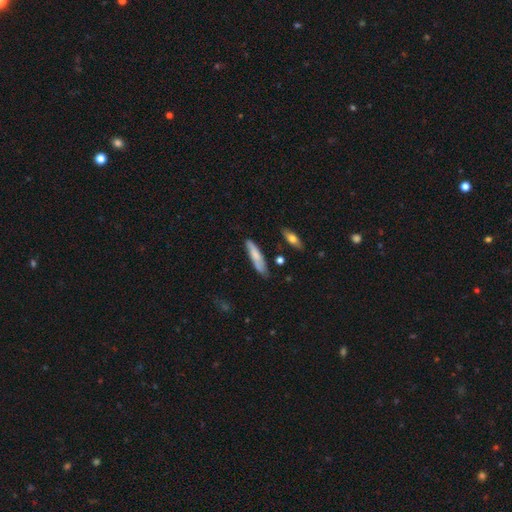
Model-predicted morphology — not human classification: A smooth galaxy with no disk features (70%) that is cigar-shaped (76%). Merging: none (75%).